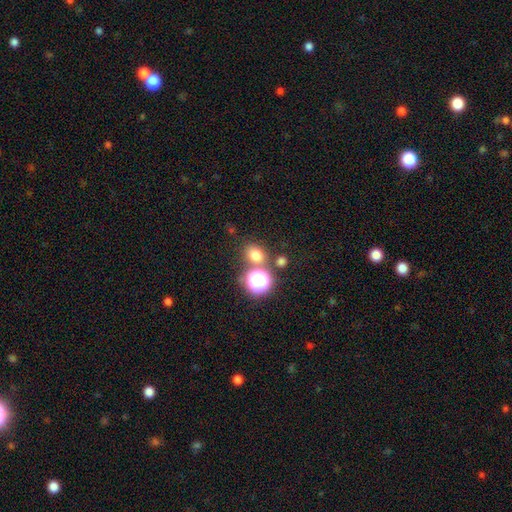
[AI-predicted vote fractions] smooth 71%, star or artifact 21%, featured or disk 8%. Down the decision tree: how rounded — round (62%); merging — none (69%).